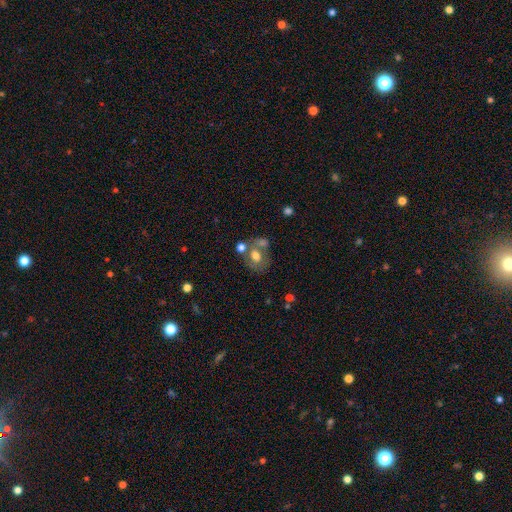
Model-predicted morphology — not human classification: smooth_or_featured: smooth (p=0.59) [alt: featured or disk p=0.30]
how_rounded: in between (p=0.50) [alt: round p=0.49]
merging: none (p=0.42) [alt: merger p=0.33]